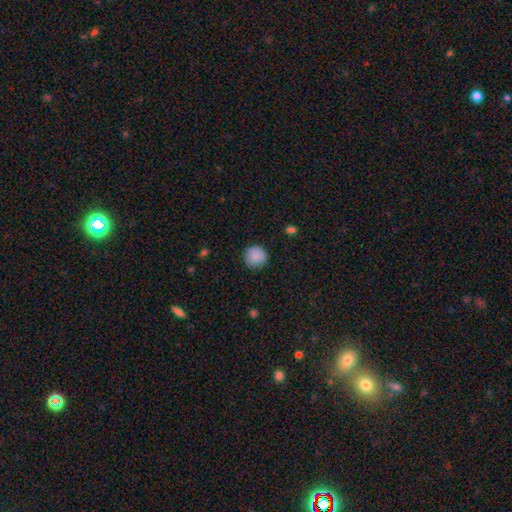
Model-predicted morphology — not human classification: A smooth galaxy with no disk features (87%) that is round (95%).

Vote fractions:
- Smooth or featured? smooth: 87% / star or artifact: 8% / featured or disk: 5%
- How rounded? round: 95% / in between: 4% / cigar-shaped: 1%
- Merging? none: 87% / minor disturbance: 10% / major disturbance: 2% / merger: 1%